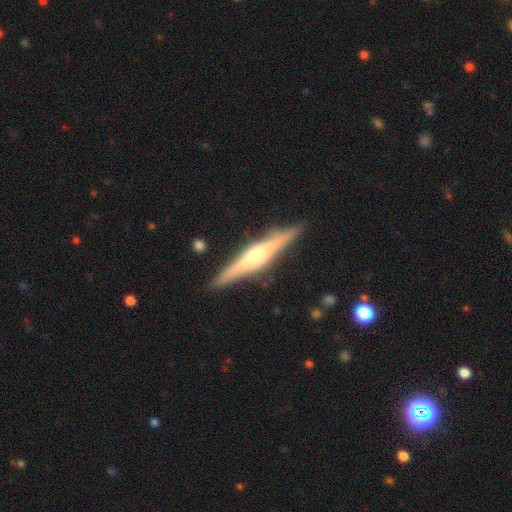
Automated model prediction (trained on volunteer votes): This is likely a featured or disk galaxy (72%). It is clearly viewed edge-on (97%). Edge-on bulge: likely rounded (72%). Merging: clearly none (89%).